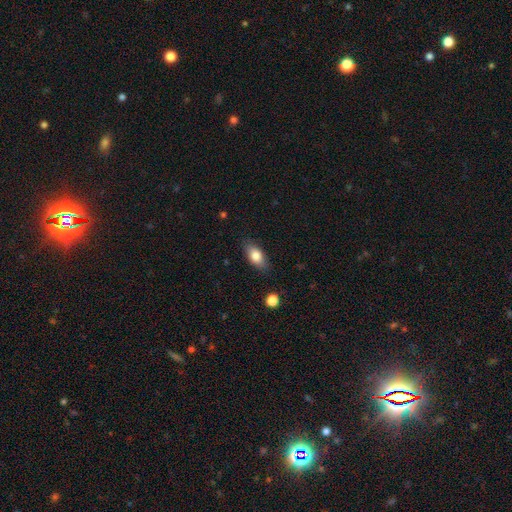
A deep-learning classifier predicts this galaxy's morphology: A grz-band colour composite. It shows a smooth galaxy with no disk features (79%) that is in between round and cigar-shaped (86%). Merging: none (84%).